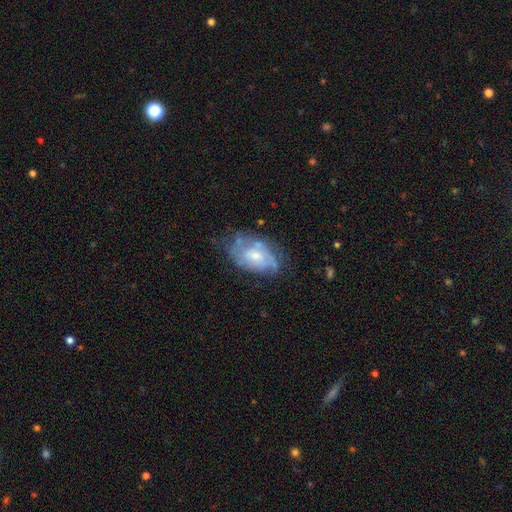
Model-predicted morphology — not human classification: This is possibly a featured or disk galaxy (58%). It is clearly not viewed edge-on (95%). Bar: likely no (71%). Spiral arm pattern: possibly yes (59%). Central bulge: possibly moderate (48%). Merging: possibly none (48%).